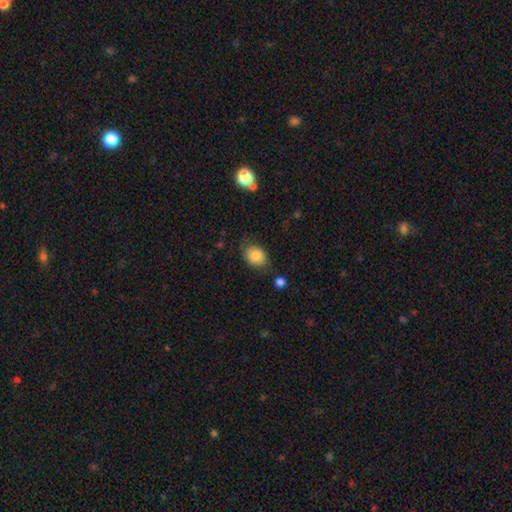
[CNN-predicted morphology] smooth_or_featured: smooth (p=0.81) [alt: featured or disk p=0.11]
how_rounded: in between (p=0.54) [alt: round p=0.46]
merging: none (p=0.69) [alt: minor disturbance p=0.21]